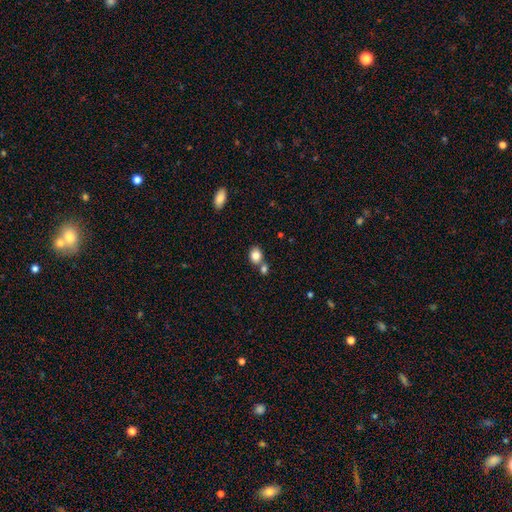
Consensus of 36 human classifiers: Overall: smooth (94%). How rounded: in between (53%; round 47%). Merging: none (54%; merger 34%).